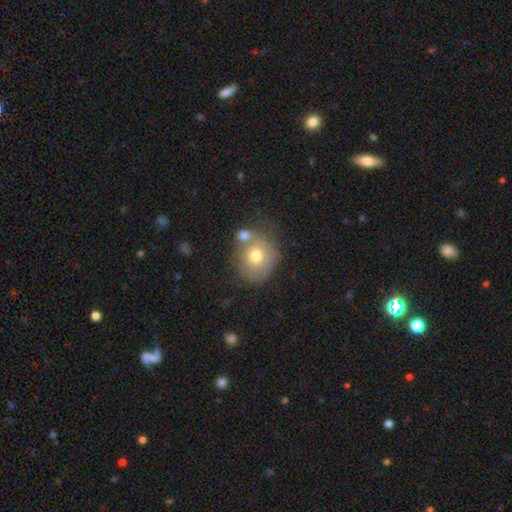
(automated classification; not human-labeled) A smooth galaxy with no disk features (68%) that is round (78%). Merging: none (47%).